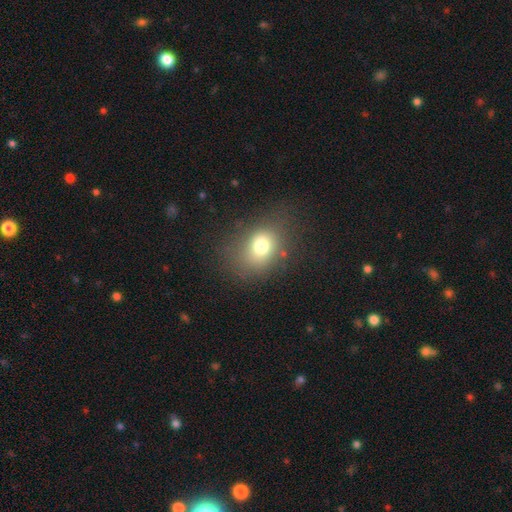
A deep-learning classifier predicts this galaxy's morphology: smooth_or_featured: smooth (p=0.68) [alt: star or artifact p=0.20]
how_rounded: in between (p=0.54) [alt: round p=0.44]
merging: none (p=0.78) [alt: minor disturbance p=0.15]